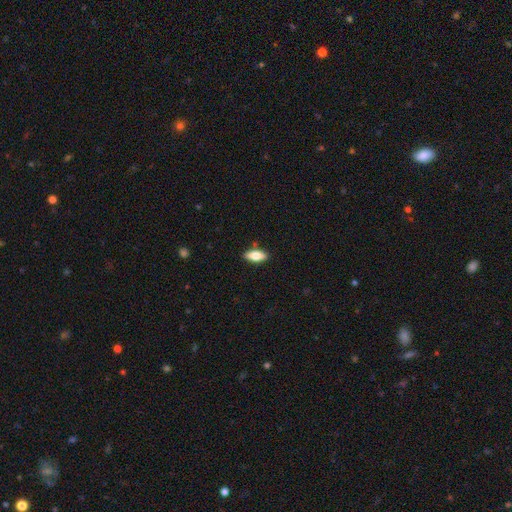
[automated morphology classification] Smooth or featured? Predicted: smooth (p=0.73). How rounded? Predicted: in between (p=0.79). Merging? Predicted: none (p=0.86).